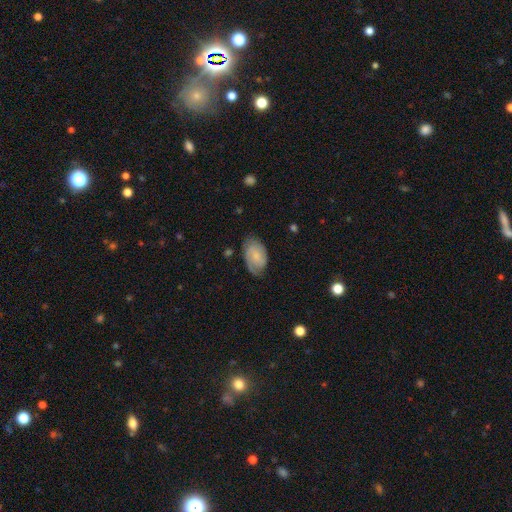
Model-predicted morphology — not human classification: This appears to be a featured or disk galaxy (51%). Merging: none (68%).